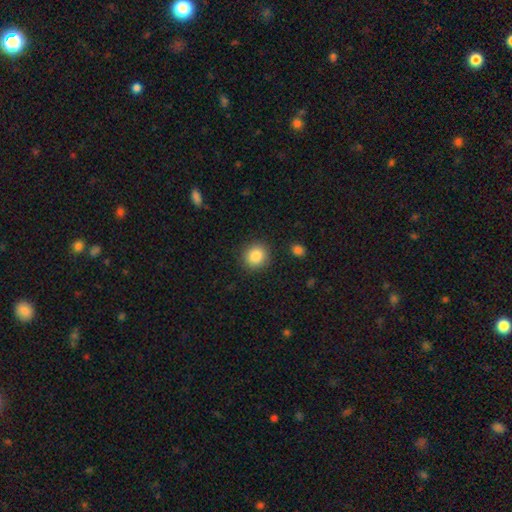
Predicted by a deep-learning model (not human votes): Smooth or featured? smooth (86%)
How rounded? round (88%)
Merging? none (89%)